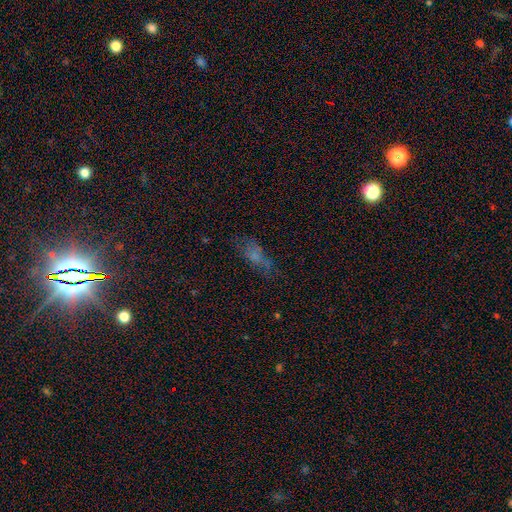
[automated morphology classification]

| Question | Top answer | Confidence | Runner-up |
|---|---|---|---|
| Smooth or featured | smooth | 57% | featured or disk (23%) |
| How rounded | in between | 66% | cigar-shaped (29%) |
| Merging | none | 56% | minor disturbance (25%) |